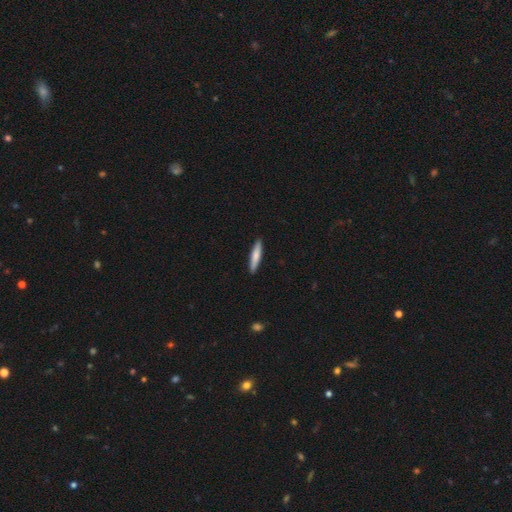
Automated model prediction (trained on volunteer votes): Overall: smooth (74%). How rounded: cigar-shaped (88%). Merging: none (91%).